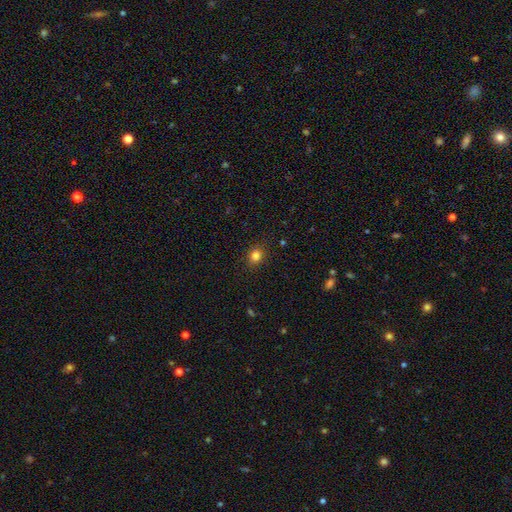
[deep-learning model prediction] The model was most divided on "how rounded": round: 71%, in between: 28%, cigar-shaped: 1%. More confident: merging — none (87%); smooth or featured — smooth (82%).